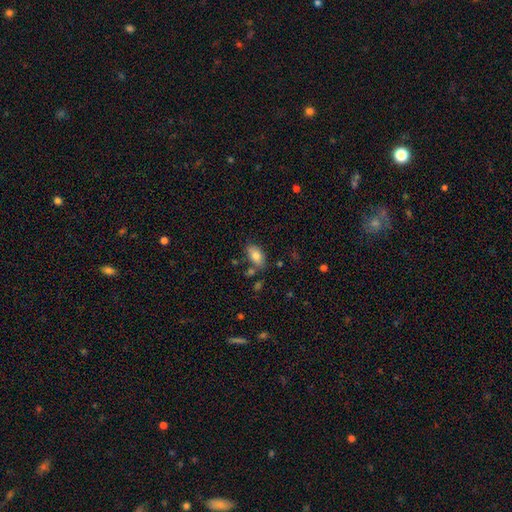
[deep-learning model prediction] smooth-or-featured: smooth: 81% | featured or disk: 11% | star or artifact: 8%
  how-rounded: in between: 92% | round: 5% | cigar-shaped: 3%
  merging: none: 70% | minor disturbance: 17% | merger: 9% | major disturbance: 4%